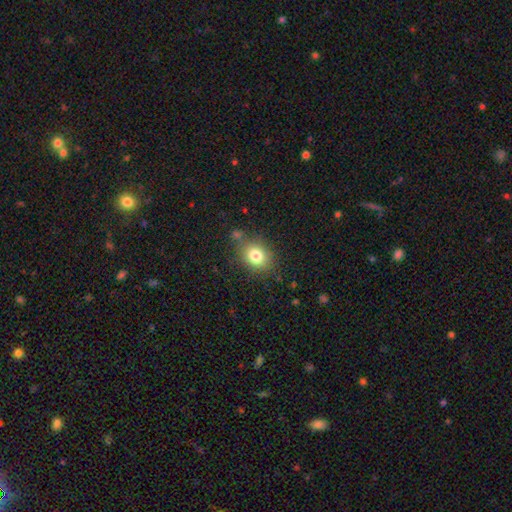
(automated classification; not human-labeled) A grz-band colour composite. It shows a smooth galaxy with no disk features (80%) that is in between round and cigar-shaped (52%). Merging: none (76%).